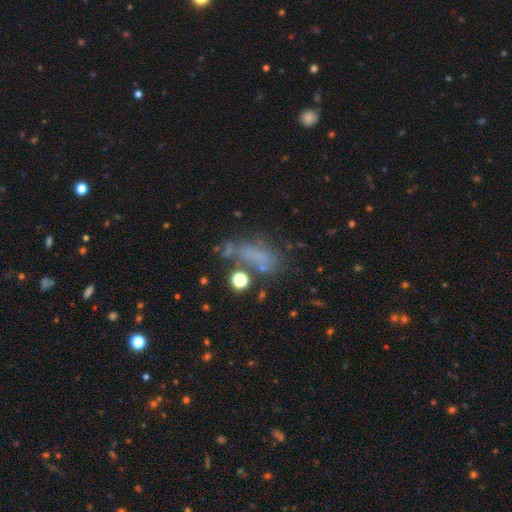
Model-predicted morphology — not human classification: This appears to be a smooth galaxy with no disk features (50%). Merging: none (42%).